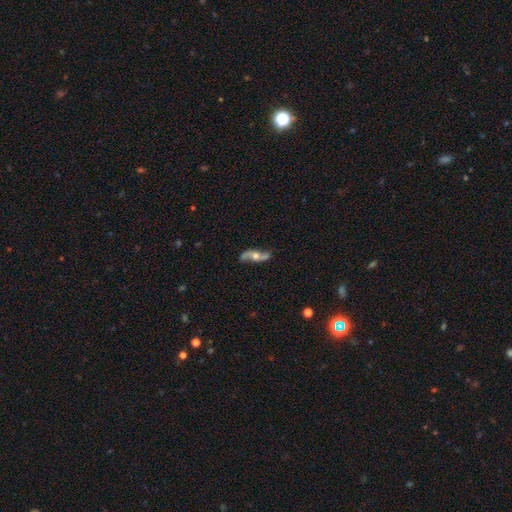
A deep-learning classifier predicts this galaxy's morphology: Smooth or featured: featured or disk — 80% (smooth — 14%)
Edge-on disk: no — 81% (yes — 19%)
Bar: no — 68% (weak — 24%)
Spiral arms: yes — 92% (no — 8%)
Spiral winding: loose — 83% (medium — 13%)
Spiral arm count: 2 — 92% (can't tell — 2%)
Bulge size: moderate — 67% (small — 16%)
Merging: none — 75% (minor disturbance — 16%)